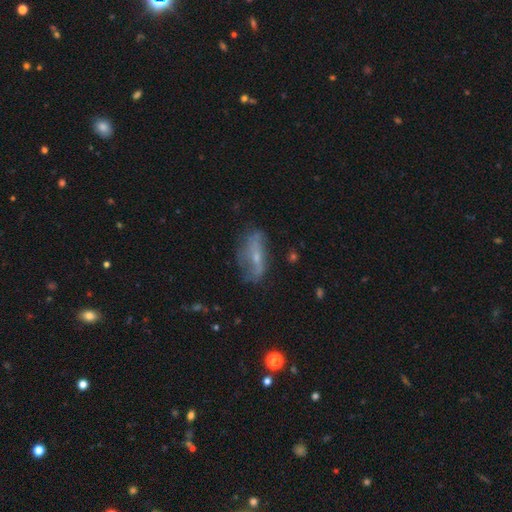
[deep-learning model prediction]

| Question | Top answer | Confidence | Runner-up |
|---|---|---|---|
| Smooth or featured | featured or disk | 59% | smooth (31%) |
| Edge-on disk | no | 79% | yes (21%) |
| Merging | none | 60% | minor disturbance (24%) |